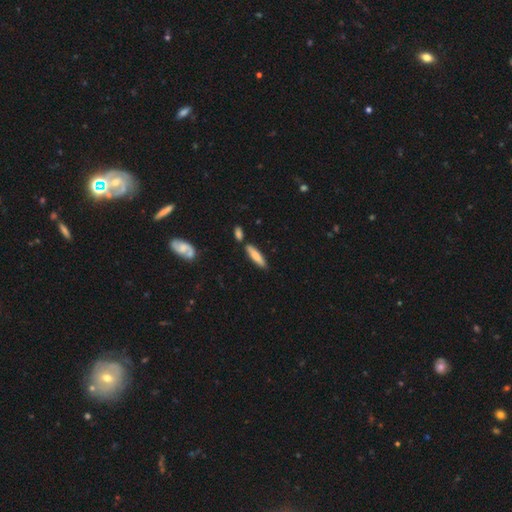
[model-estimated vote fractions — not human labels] smooth_or_featured: smooth (p=0.74) [alt: featured or disk p=0.20]
how_rounded: cigar-shaped (p=0.75) [alt: in between p=0.23]
merging: none (p=0.77) [alt: minor disturbance p=0.12]